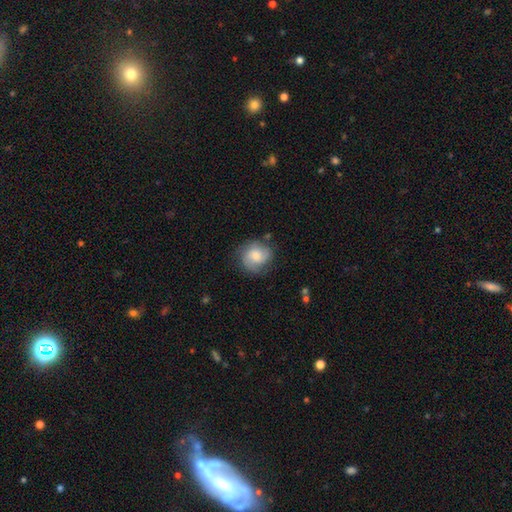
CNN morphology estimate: A smooth galaxy with no disk features (50%) that is round (81%). Merging: none (72%).